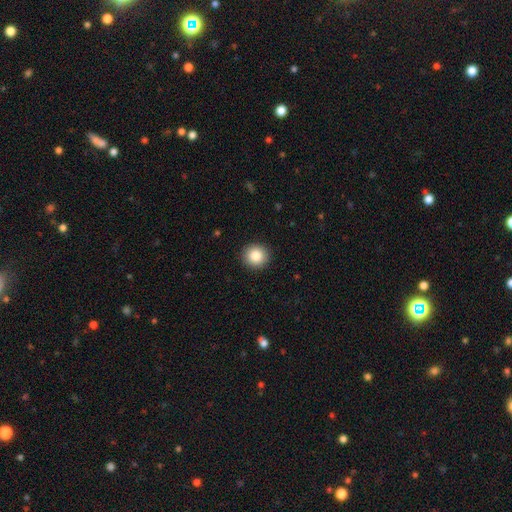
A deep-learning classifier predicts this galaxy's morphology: The model was most divided on "smooth or featured": smooth: 85%, star or artifact: 9%, featured or disk: 6%. More confident: how rounded — round (92%); merging — none (92%).